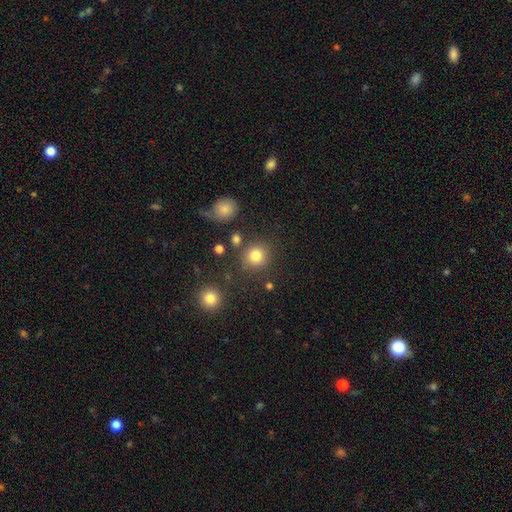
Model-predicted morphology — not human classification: type=smooth (81%); roundness=round (88%); merging=none (79%).